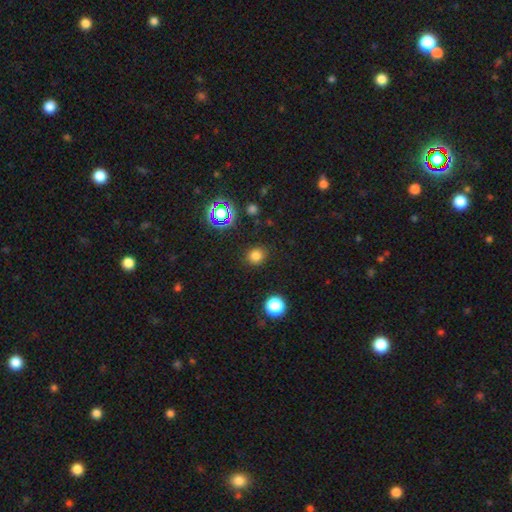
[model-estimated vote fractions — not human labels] Smooth or featured? smooth (77%)
How rounded? round (83%)
Merging? none (88%)